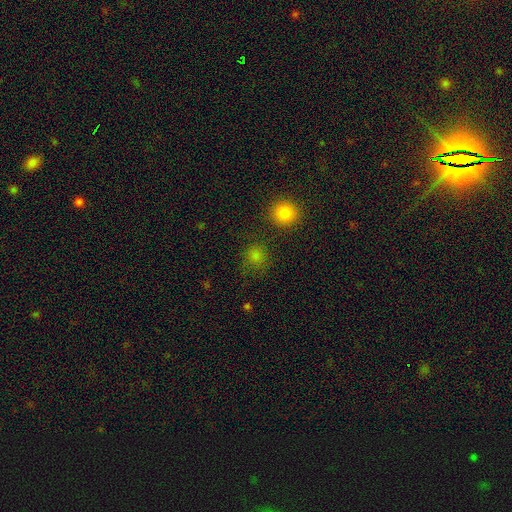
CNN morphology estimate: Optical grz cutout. It shows a smooth galaxy with no disk features (71%) that is round (90%). Merging: none (82%).